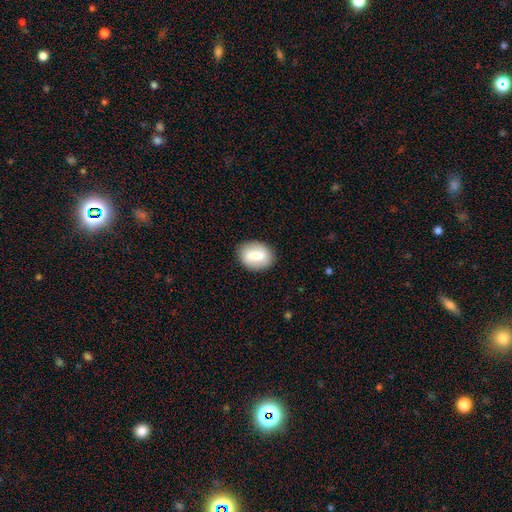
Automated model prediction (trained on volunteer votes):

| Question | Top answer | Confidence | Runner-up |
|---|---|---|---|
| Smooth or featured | smooth | 74% | featured or disk (19%) |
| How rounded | in between | 73% | round (25%) |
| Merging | none | 85% | minor disturbance (11%) |